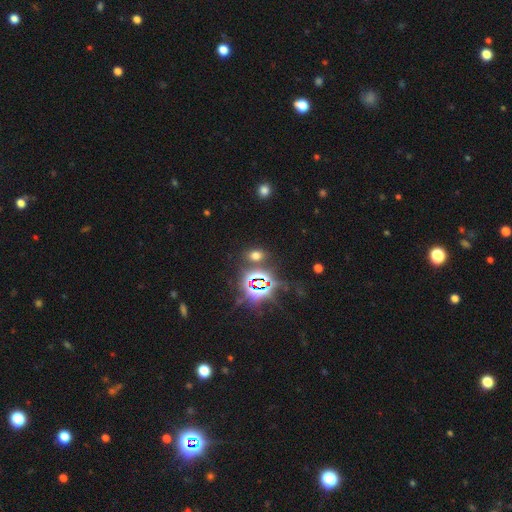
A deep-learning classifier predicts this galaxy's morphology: smooth_or_featured: smooth (p=0.47) [alt: star or artifact p=0.45]
merging: none (p=0.80) [alt: minor disturbance p=0.10]